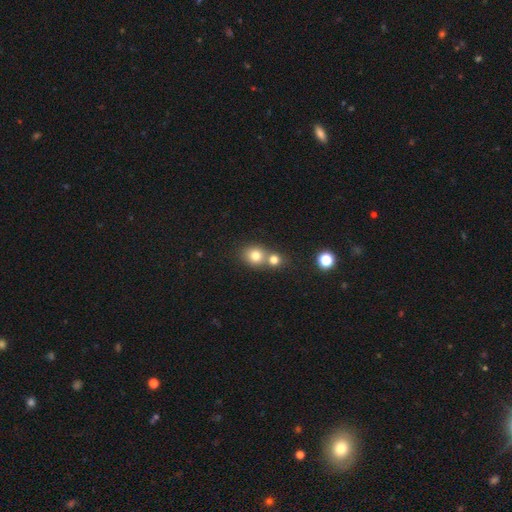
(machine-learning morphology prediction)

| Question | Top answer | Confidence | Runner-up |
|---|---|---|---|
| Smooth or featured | smooth | 78% | star or artifact (12%) |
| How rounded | round | 76% | in between (23%) |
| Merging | merger | 48% | none (43%) |